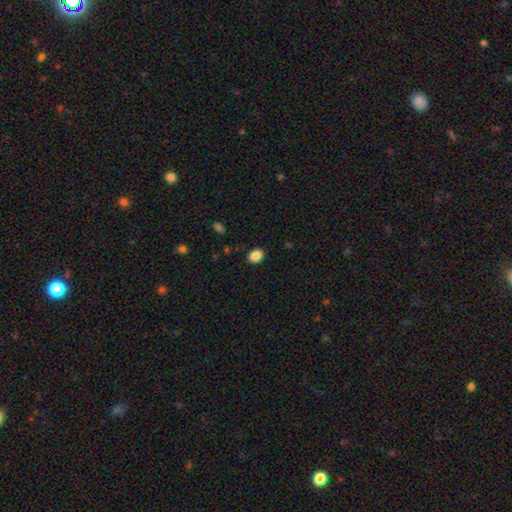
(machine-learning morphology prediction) Smooth or featured?
  - smooth: 87% *
  - star or artifact: 9%
  - featured or disk: 4%
How rounded?
  - in between: 67% *
  - round: 32%
  - cigar-shaped: 1%
Merging?
  - none: 89% *
  - minor disturbance: 8%
  - major disturbance: 2%
  - merger: 1%